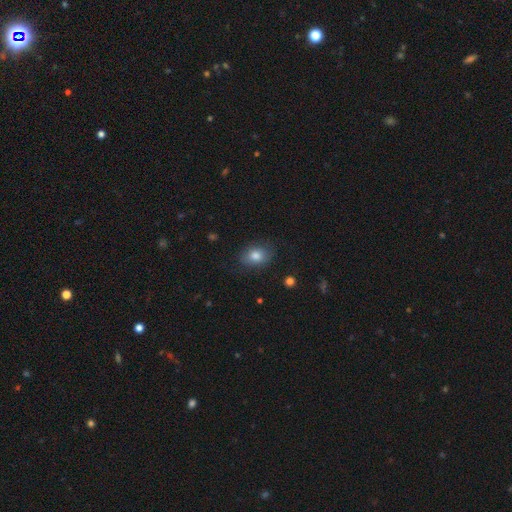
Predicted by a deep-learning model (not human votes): smooth_or_featured: smooth (p=0.81) [alt: featured or disk p=0.09]
how_rounded: in between (p=0.66) [alt: round p=0.33]
merging: none (p=0.80) [alt: minor disturbance p=0.14]